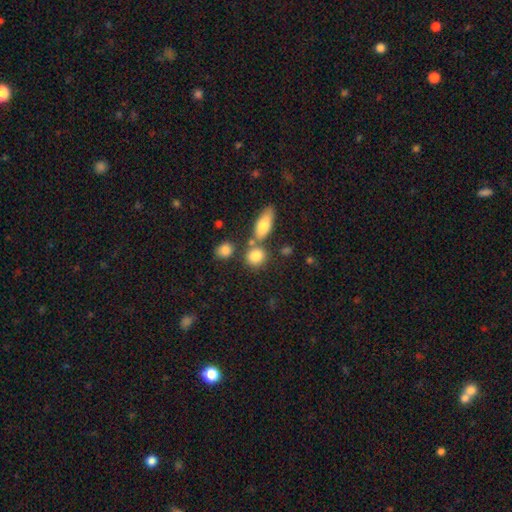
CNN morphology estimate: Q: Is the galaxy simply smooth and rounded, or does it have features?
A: smooth — 82%.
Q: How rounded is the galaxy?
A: round — 68%.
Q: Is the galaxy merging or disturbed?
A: none — 61%.